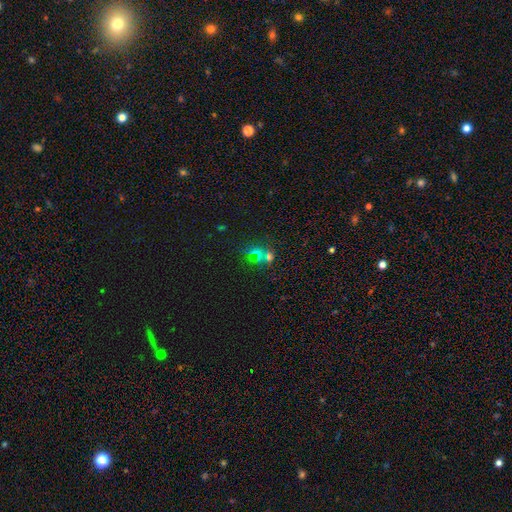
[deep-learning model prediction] smooth-or-featured: star or artifact: 55% | smooth: 35% | featured or disk: 10%